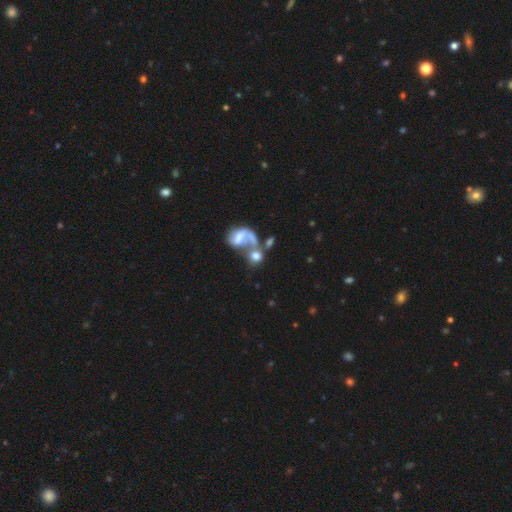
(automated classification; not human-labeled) This appears to be a smooth galaxy with no disk features (54%) that is round (63%). Merging: merger (55%).